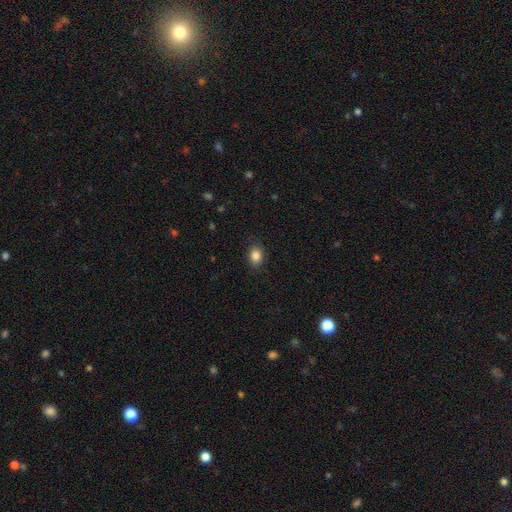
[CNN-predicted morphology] Smooth or featured: smooth — 85% (star or artifact — 10%)
How rounded: in between — 65% (round — 34%)
Merging: none — 86% (minor disturbance — 10%)